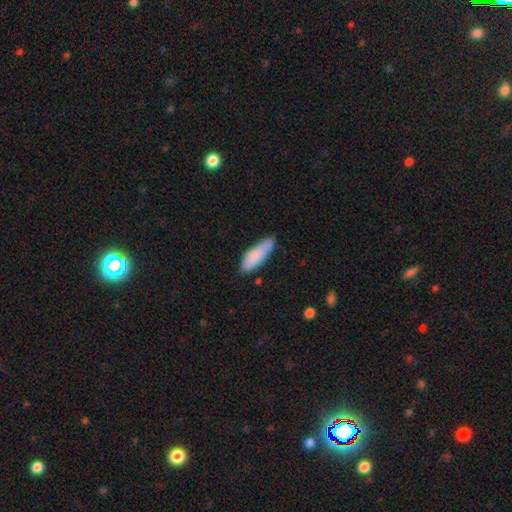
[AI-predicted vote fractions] A smooth galaxy with no disk features (83%) that is in between round and cigar-shaped (50%). Merging: none (63%).